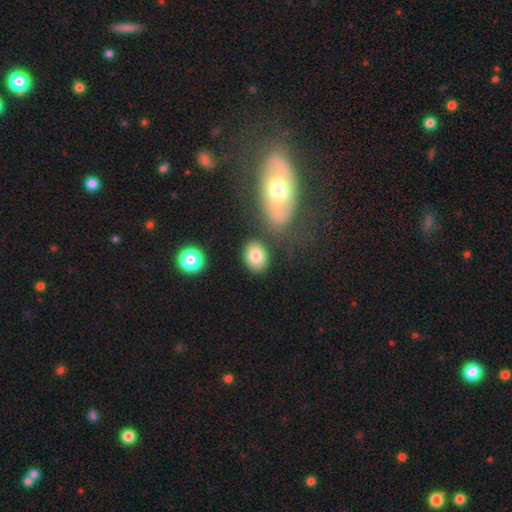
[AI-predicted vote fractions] This appears to be a smooth galaxy with no disk features (80%) that is in between round and cigar-shaped (66%). Merging: none (78%).